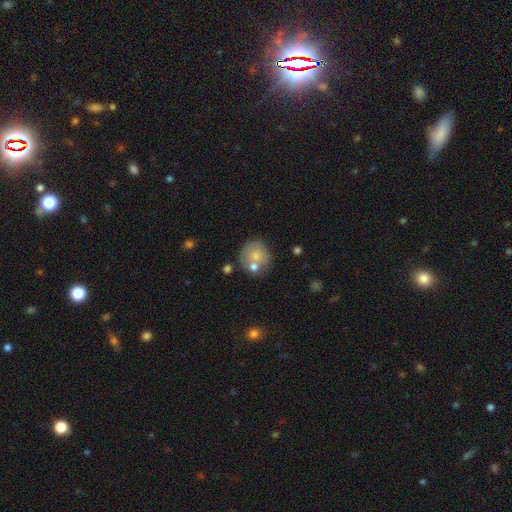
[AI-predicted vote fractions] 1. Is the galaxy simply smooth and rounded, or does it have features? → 70% smooth, 21% featured or disk, 9% star or artifact.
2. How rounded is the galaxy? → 86% round, 13% in between, 1% cigar-shaped.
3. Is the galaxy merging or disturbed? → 58% none, 22% merger, 15% minor disturbance, 5% major disturbance.